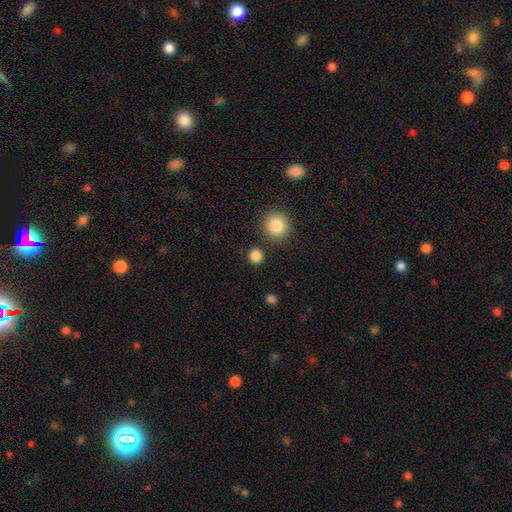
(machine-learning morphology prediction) Smooth or featured? Predicted: smooth (p=0.85). How rounded? Predicted: round (p=0.91). Merging? Predicted: none (p=0.87).